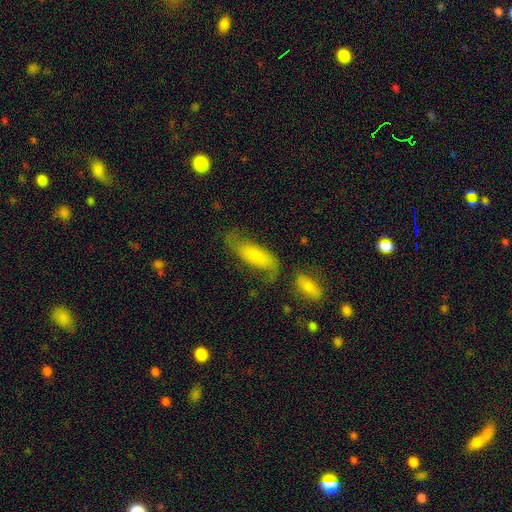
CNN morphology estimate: type=smooth (46%, tied with featured or disk); merging=none (54%).